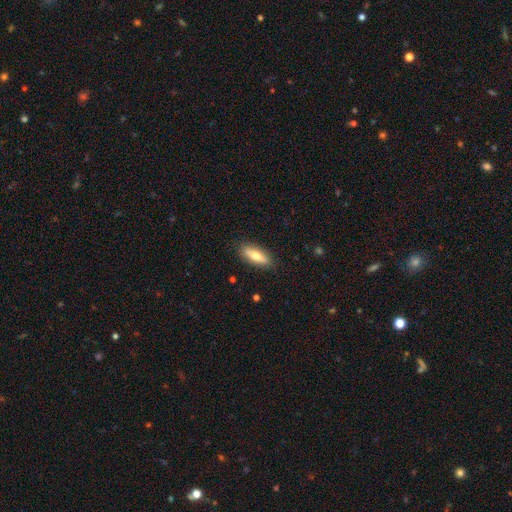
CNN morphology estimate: Smooth or featured?
  - smooth: 65% *
  - featured or disk: 29%
  - star or artifact: 6%
How rounded?
  - in between: 59% *
  - cigar-shaped: 38%
  - round: 3%
Merging?
  - none: 87% *
  - minor disturbance: 10%
  - major disturbance: 2%
  - merger: 1%